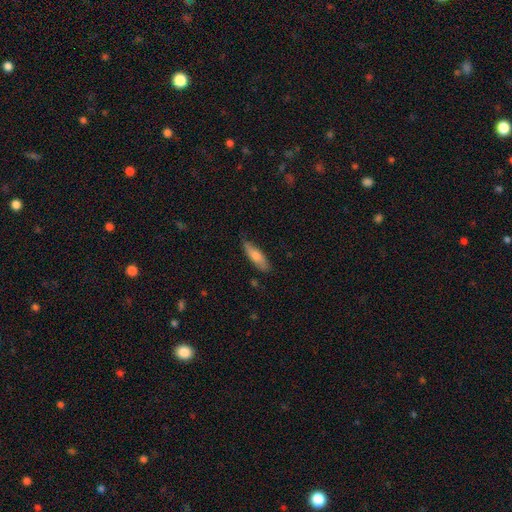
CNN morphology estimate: smooth 76%, featured or disk 18%, star or artifact 6%. Down the decision tree: how rounded — cigar-shaped (56%); merging — none (79%).